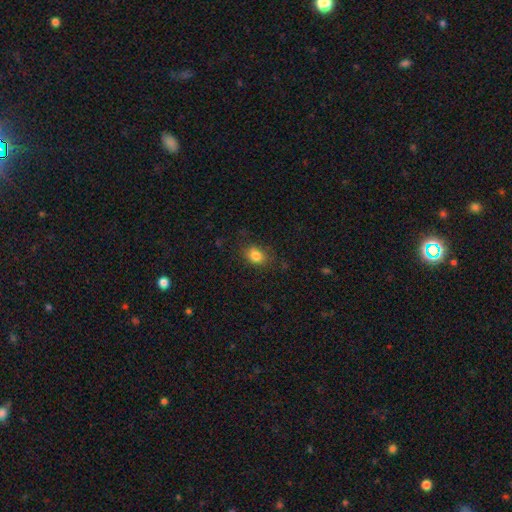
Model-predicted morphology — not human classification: Smooth or featured? smooth (83%)
How rounded? in between (55%)
Merging? none (77%)